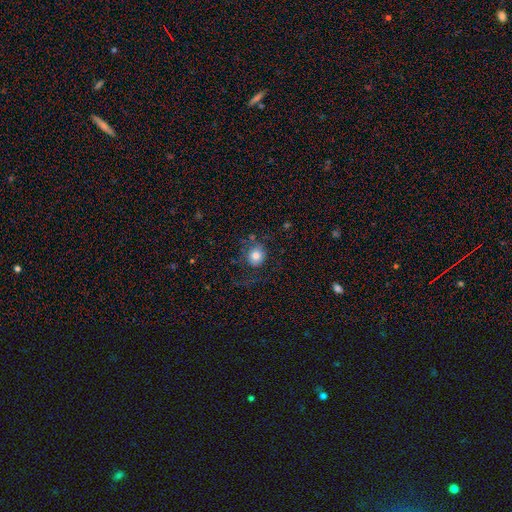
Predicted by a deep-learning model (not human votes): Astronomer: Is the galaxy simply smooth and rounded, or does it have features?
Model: smooth — 79%.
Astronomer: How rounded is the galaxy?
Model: round — 81%.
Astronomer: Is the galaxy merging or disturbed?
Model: none — 64%.